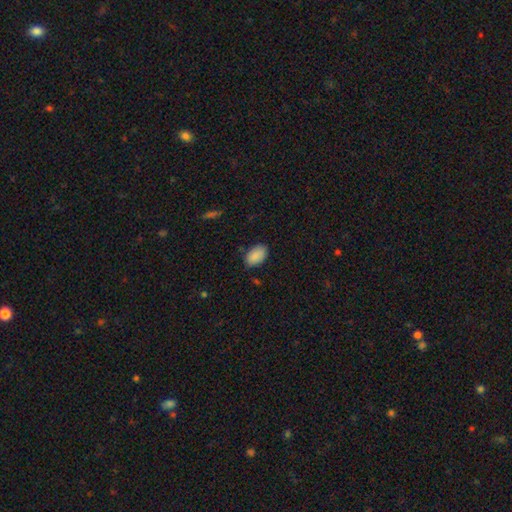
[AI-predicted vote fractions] smooth_or_featured: smooth (p=0.88) [alt: star or artifact p=0.07]
how_rounded: in between (p=0.91) [alt: round p=0.07]
merging: none (p=0.77) [alt: minor disturbance p=0.18]